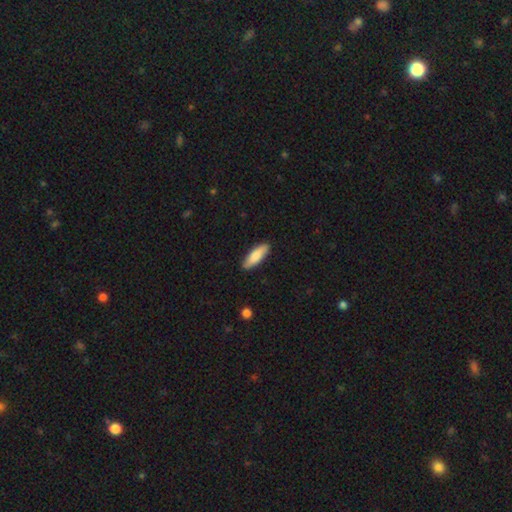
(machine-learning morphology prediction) This is clearly a smooth galaxy (81%). How rounded: possibly cigar-shaped (51%). Merging: clearly none (89%).